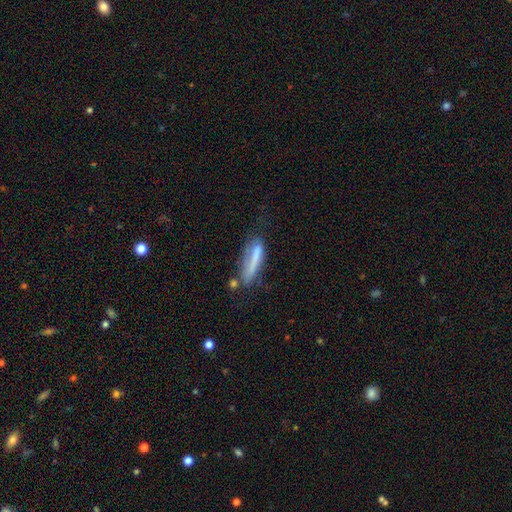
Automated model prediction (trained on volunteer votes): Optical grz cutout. It shows a smooth galaxy with no disk features (67%) that is cigar-shaped (73%). Merging: none (41%).